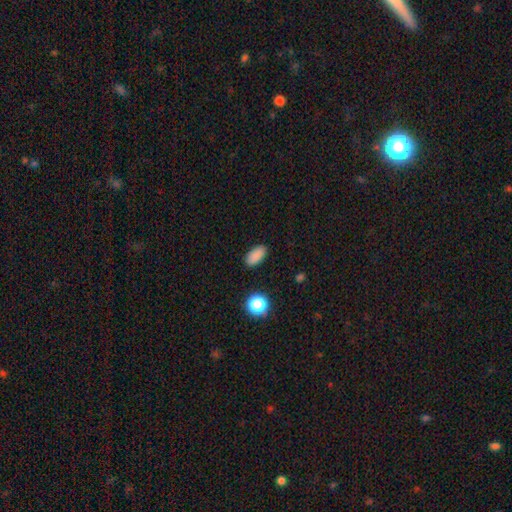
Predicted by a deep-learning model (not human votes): Smooth or featured? smooth (86%)
How rounded? in between (90%)
Merging? none (88%)